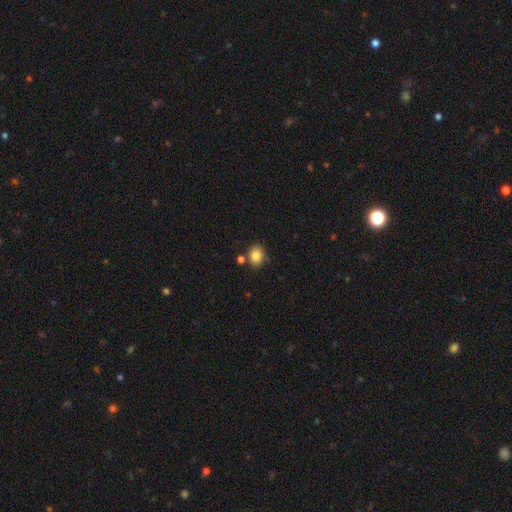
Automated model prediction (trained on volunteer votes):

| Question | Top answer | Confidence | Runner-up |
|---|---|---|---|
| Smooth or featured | smooth | 84% | star or artifact (10%) |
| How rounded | round | 52% | in between (48%) |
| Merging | none | 76% | minor disturbance (12%) |